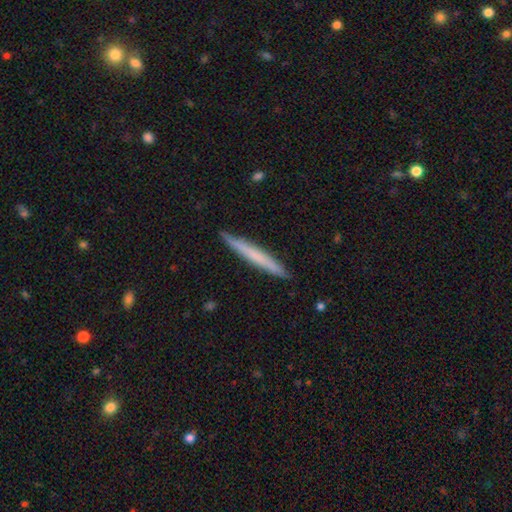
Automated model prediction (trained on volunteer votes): Morphology: type=smooth (58%); roundness=cigar-shaped (97%); merging=none (91%).